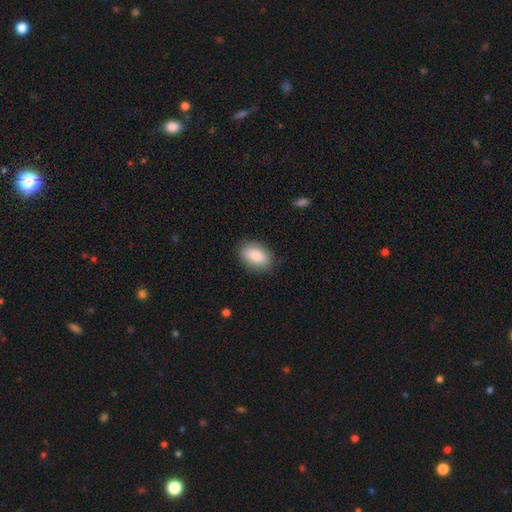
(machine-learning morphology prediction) This is clearly a smooth galaxy (88%). How rounded: clearly in between (91%). Merging: clearly none (86%).